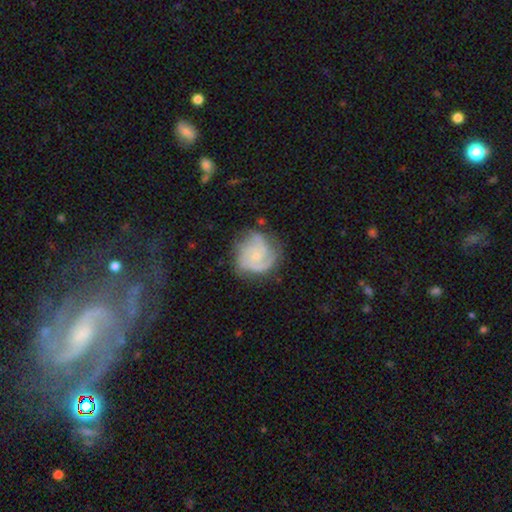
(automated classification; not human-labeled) Overall: featured or disk (76%). Edge-on disk: no (98%). Bar: no (69%). Spiral arms: yes (94%). Spiral arm count: 3 (36%; 2 30%). Spiral winding: tight (47%; medium 41%). Bulge size: small (67%). Merging: none (67%).